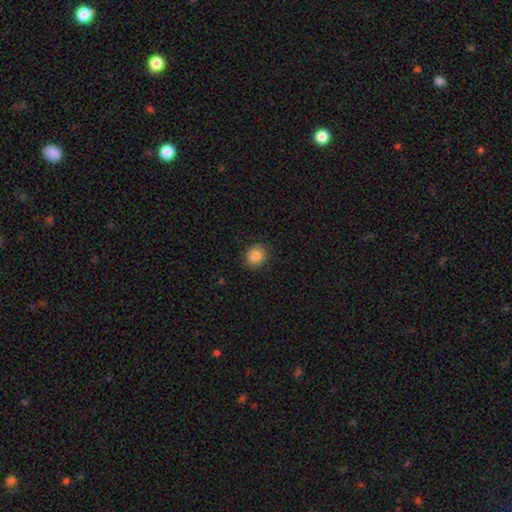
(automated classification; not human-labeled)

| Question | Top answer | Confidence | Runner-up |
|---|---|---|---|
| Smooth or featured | smooth | 86% | star or artifact (9%) |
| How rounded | round | 63% | in between (36%) |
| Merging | none | 86% | minor disturbance (10%) |